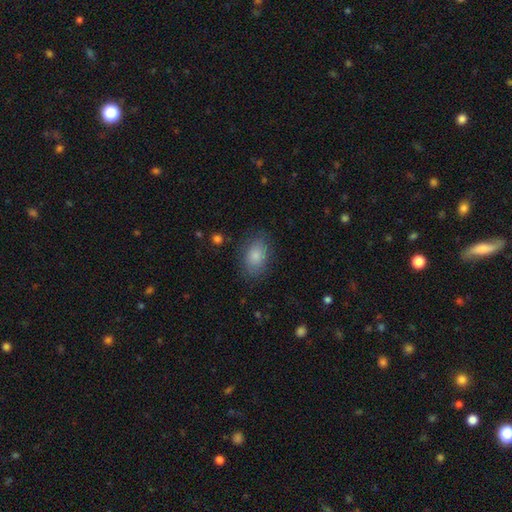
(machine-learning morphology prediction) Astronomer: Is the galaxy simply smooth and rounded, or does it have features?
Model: smooth — 83%.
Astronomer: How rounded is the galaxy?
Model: in between — 85%.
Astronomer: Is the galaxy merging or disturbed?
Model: none — 80%.